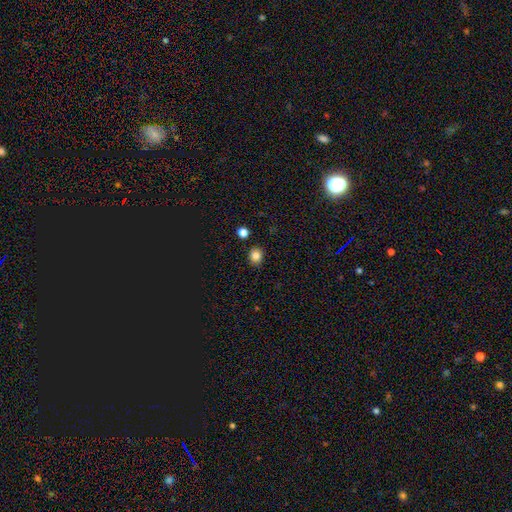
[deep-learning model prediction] Q: Smooth or featured?
A: smooth (83%); runner-up: star or artifact (12%)
Q: How rounded?
A: round (70%); runner-up: in between (29%)
Q: Merging?
A: none (87%); runner-up: minor disturbance (8%)